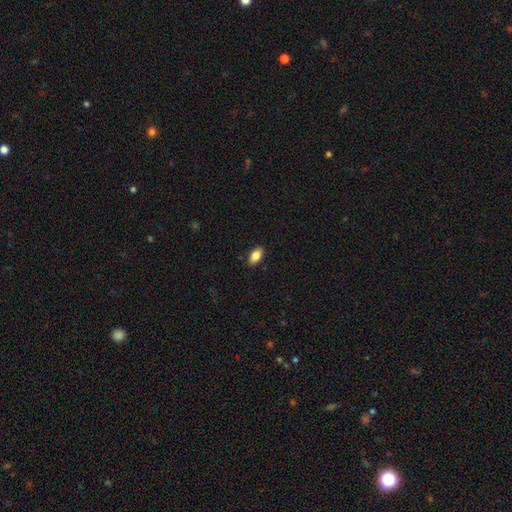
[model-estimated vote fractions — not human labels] This is clearly a smooth galaxy (81%). How rounded: clearly in between (90%). Merging: clearly none (88%).